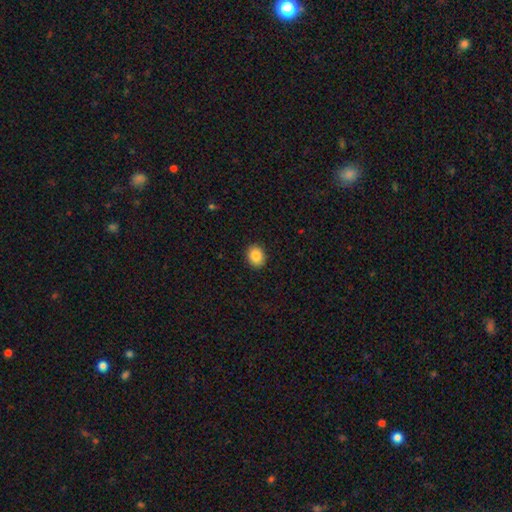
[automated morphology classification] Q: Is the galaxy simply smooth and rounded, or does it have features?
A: smooth — 86%.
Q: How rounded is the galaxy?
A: round — 51%.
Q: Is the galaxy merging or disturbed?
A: none — 91%.